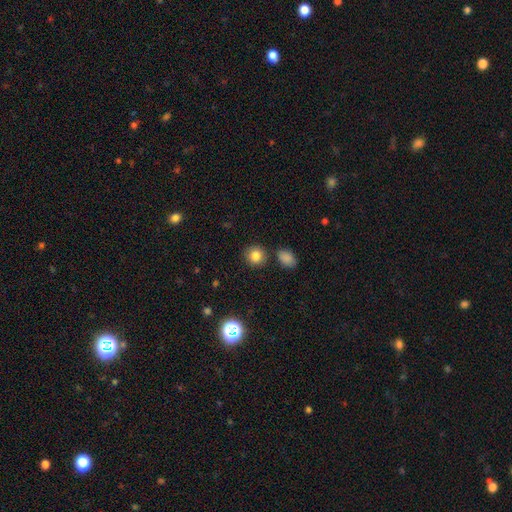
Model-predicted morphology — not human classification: Q: Smooth or featured?
A: smooth (83%); runner-up: star or artifact (11%)
Q: How rounded?
A: round (87%); runner-up: in between (12%)
Q: Merging?
A: none (84%); runner-up: minor disturbance (8%)